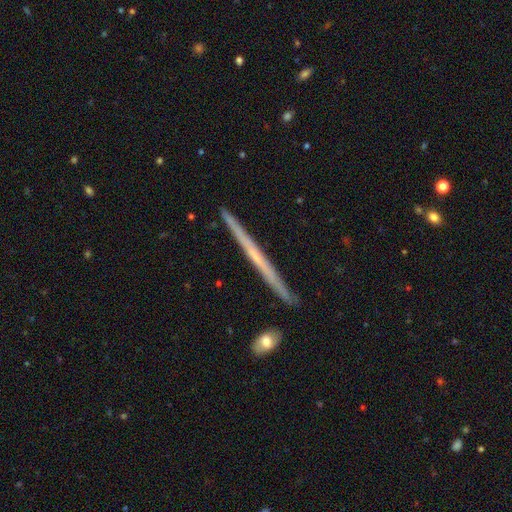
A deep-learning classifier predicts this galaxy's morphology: Smooth or featured: featured or disk — 64% (smooth — 30%)
Edge-on disk: yes — 98% (no — 2%)
Edge-on bulge: none — 84% (rounded — 12%)
Merging: none — 90% (minor disturbance — 7%)